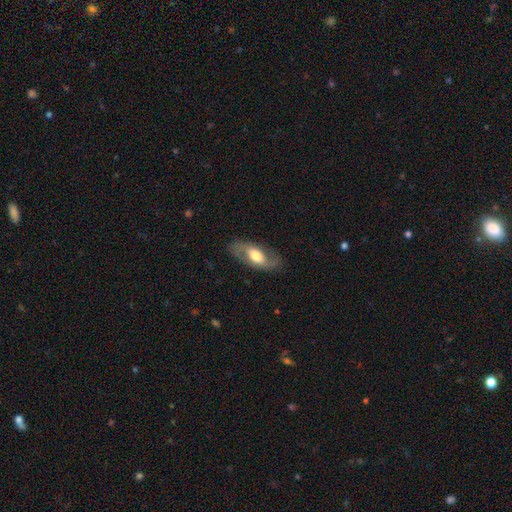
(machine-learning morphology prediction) featured or disk 72%, smooth 23%, star or artifact 5%. Down the decision tree: edge-on disk — no (90%); bar — no (43%); spiral arms — yes (83%); spiral arm count — 2 (89%); spiral winding — medium (43%); bulge size — moderate (59%); merging — none (80%).